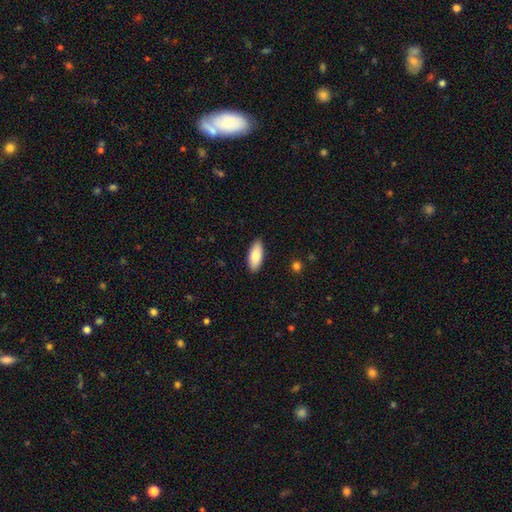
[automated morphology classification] This appears to be a smooth galaxy with no disk features (82%) that is in between round and cigar-shaped (82%). Merging: none (88%).